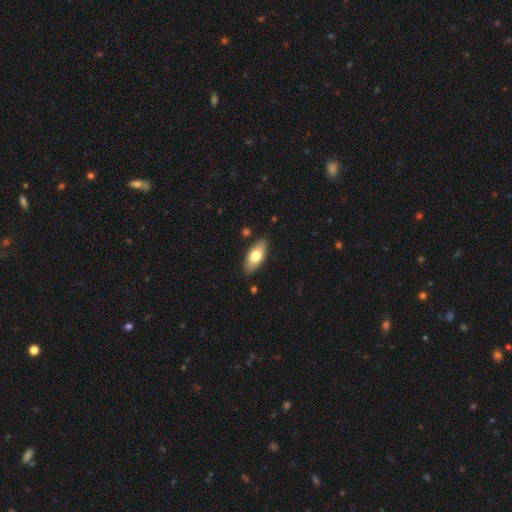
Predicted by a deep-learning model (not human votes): smooth_or_featured: smooth (p=0.72) [alt: featured or disk p=0.22]
how_rounded: in between (p=0.85) [alt: cigar-shaped p=0.12]
merging: none (p=0.86) [alt: minor disturbance p=0.10]